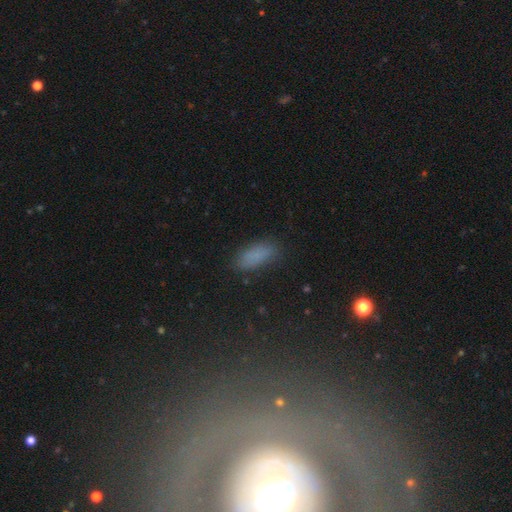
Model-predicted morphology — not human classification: This appears to be a smooth galaxy with no disk features (81%) that is in between round and cigar-shaped (75%). Merging: none (79%).